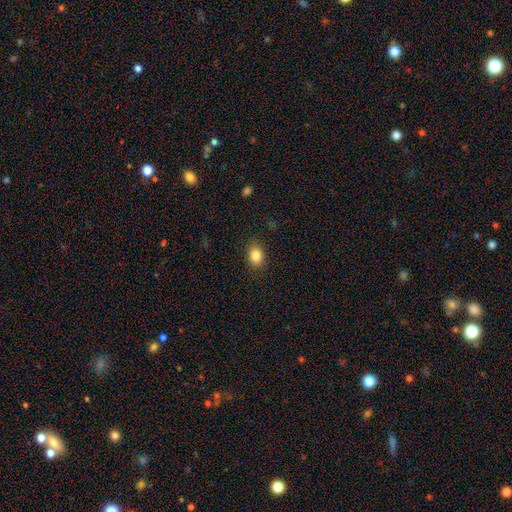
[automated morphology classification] A smooth galaxy with no disk features (85%) that is in between round and cigar-shaped (73%).

Vote fractions:
- Smooth or featured? smooth: 85% / star or artifact: 9% / featured or disk: 6%
- How rounded? in between: 73% / round: 26% / cigar-shaped: 1%
- Merging? none: 86% / minor disturbance: 11% / major disturbance: 3% / merger: 1%